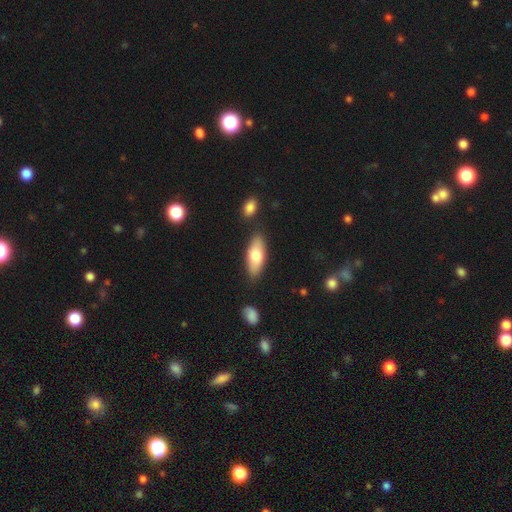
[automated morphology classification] This appears to be a smooth galaxy with no disk features (73%) that is in between round and cigar-shaped (78%). Merging: none (81%).